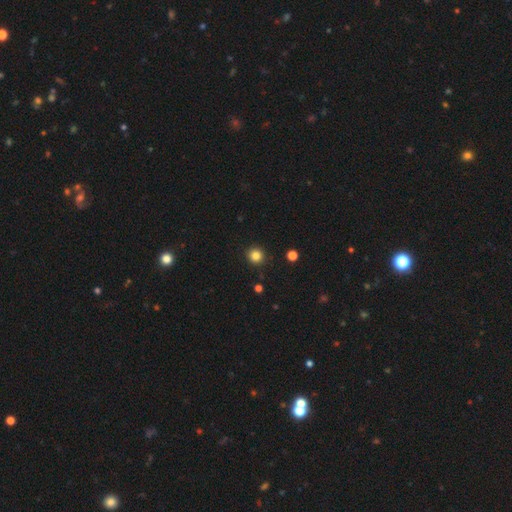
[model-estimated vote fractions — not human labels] Smooth or featured? smooth (84%)
How rounded? round (95%)
Merging? none (92%)